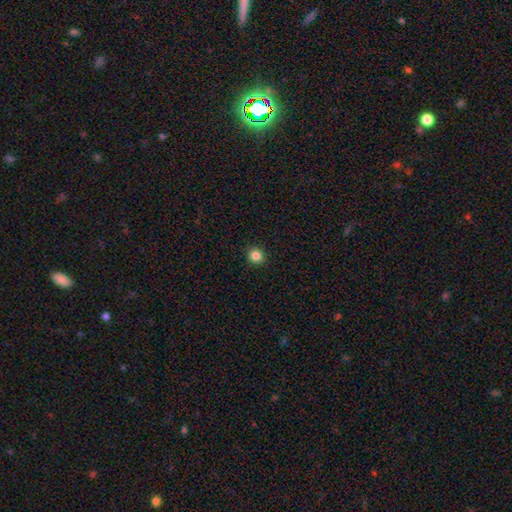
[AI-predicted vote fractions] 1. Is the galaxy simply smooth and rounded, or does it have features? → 84% smooth, 12% star or artifact, 4% featured or disk.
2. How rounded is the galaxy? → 86% round, 13% in between, 1% cigar-shaped.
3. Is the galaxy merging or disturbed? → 92% none, 5% minor disturbance, 2% major disturbance, 1% merger.